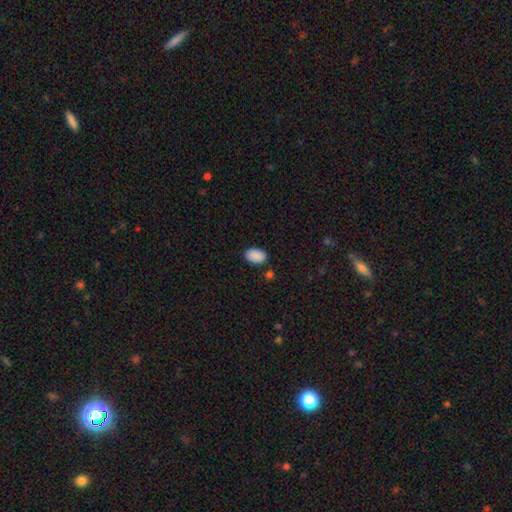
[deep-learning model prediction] smooth-or-featured: smooth: 90% | star or artifact: 7% | featured or disk: 3%
  how-rounded: in between: 92% | round: 7% | cigar-shaped: 1%
  merging: none: 84% | minor disturbance: 10% | merger: 3% | major disturbance: 3%